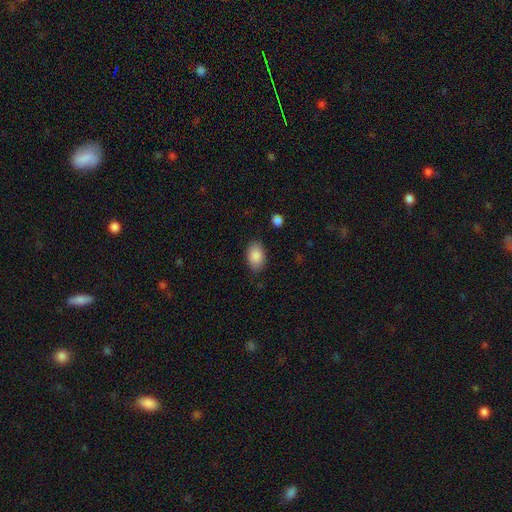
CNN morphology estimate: A smooth galaxy with no disk features (88%) that is in between round and cigar-shaped (89%). Merging: none (84%).